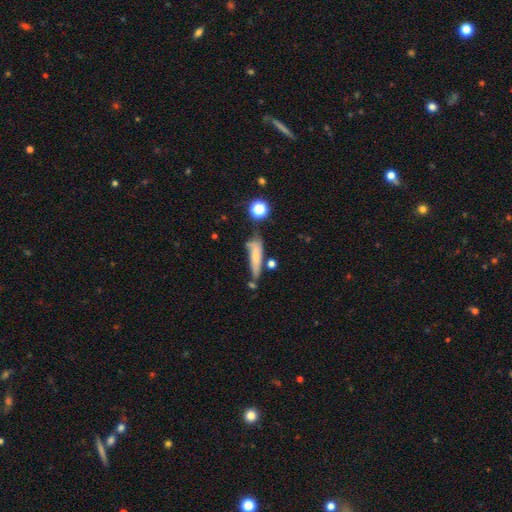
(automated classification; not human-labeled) Q: Smooth or featured?
A: smooth (68%); runner-up: featured or disk (22%)
Q: How rounded?
A: cigar-shaped (69%); runner-up: in between (27%)
Q: Merging?
A: none (47%); runner-up: minor disturbance (26%)